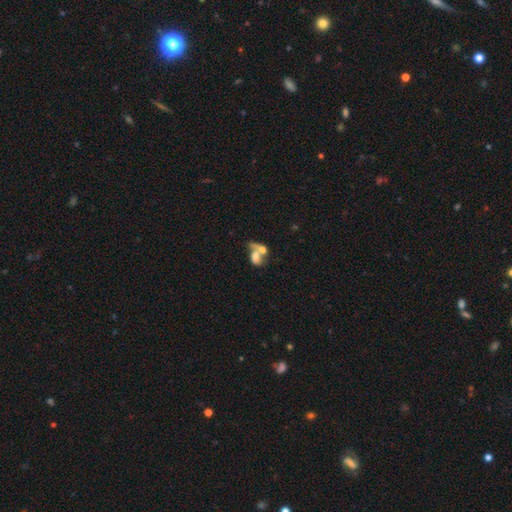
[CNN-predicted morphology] Smooth or featured: smooth — 55% (featured or disk — 35%)
How rounded: in between — 71% (round — 26%)
Merging: merger — 68% (none — 14%)